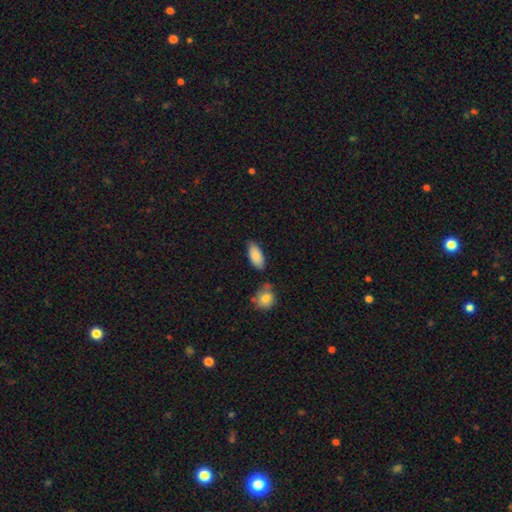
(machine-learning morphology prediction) The model was most divided on "merging": none: 71%, minor disturbance: 17%, merger: 8%, major disturbance: 4%. More confident: how rounded — in between (87%); smooth or featured — smooth (86%).